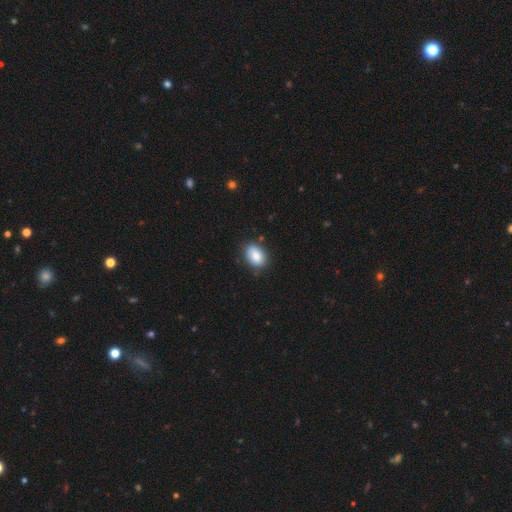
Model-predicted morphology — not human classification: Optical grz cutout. It shows a smooth galaxy with no disk features (84%) that is in between round and cigar-shaped (81%). Merging: none (80%).